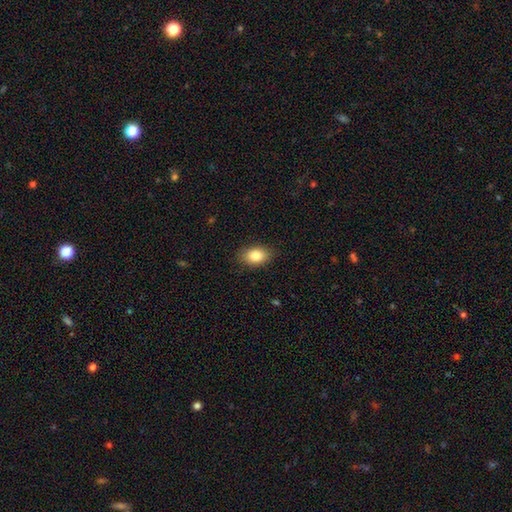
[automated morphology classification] smooth-or-featured: smooth: 85% | star or artifact: 8% | featured or disk: 7%
  how-rounded: in between: 83% | round: 15% | cigar-shaped: 1%
  merging: none: 86% | minor disturbance: 11% | major disturbance: 3% | merger: 1%